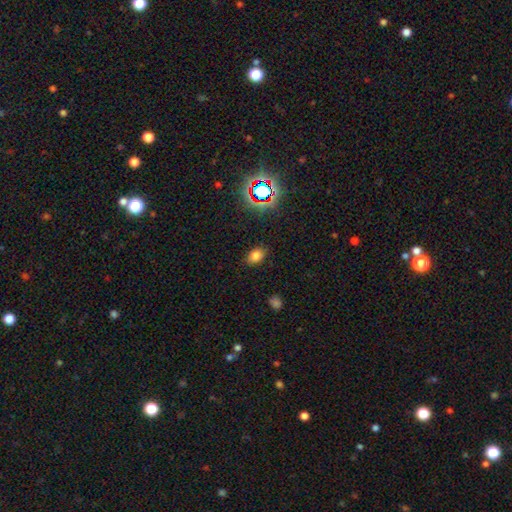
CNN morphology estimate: smooth 76%, star or artifact 16%, featured or disk 8%. Down the decision tree: how rounded — in between (80%); merging — none (86%).